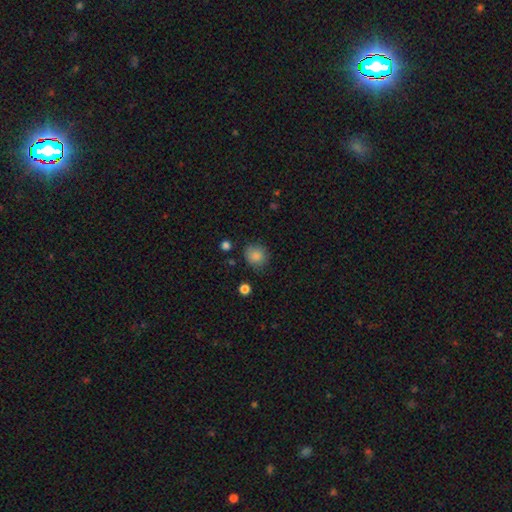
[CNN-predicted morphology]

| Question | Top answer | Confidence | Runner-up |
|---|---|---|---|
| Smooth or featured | smooth | 85% | star or artifact (10%) |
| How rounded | round | 81% | in between (18%) |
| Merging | none | 79% | minor disturbance (15%) |